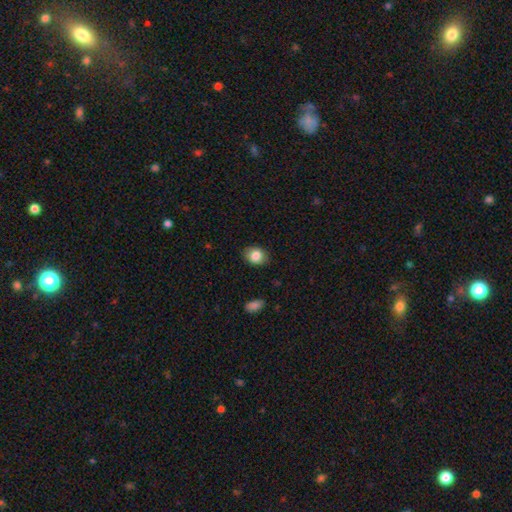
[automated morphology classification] smooth-or-featured: smooth: 84% | star or artifact: 8% | featured or disk: 8%
  how-rounded: in between: 60% | round: 39% | cigar-shaped: 1%
  merging: none: 84% | minor disturbance: 12% | major disturbance: 3% | merger: 1%